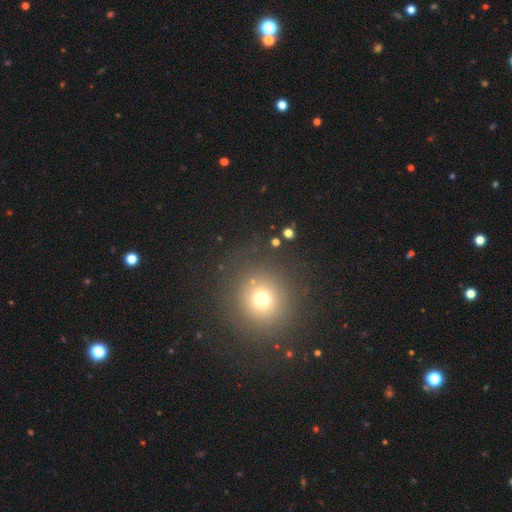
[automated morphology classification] Smooth or featured? Predicted: smooth (p=0.57). How rounded? Predicted: round (p=0.91). Merging? Predicted: none (p=0.89).